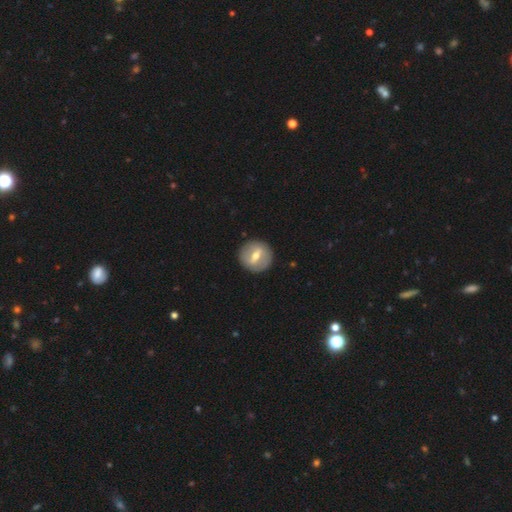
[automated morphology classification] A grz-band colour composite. It shows a featured or disk galaxy (53%). Merging: none (89%).